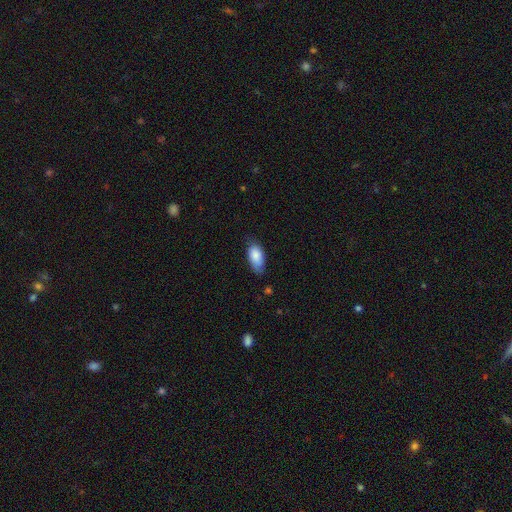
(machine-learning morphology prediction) The model was most divided on "merging": none: 64%, minor disturbance: 29%, major disturbance: 5%, merger: 1%. More confident: how rounded — in between (92%); smooth or featured — smooth (85%).